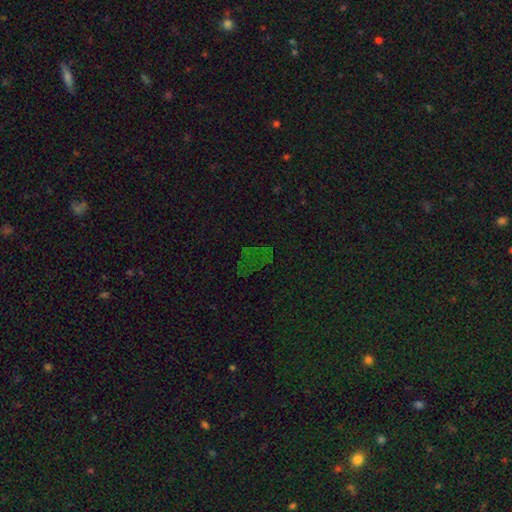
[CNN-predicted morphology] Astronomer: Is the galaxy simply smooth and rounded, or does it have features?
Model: star or artifact — 66%.